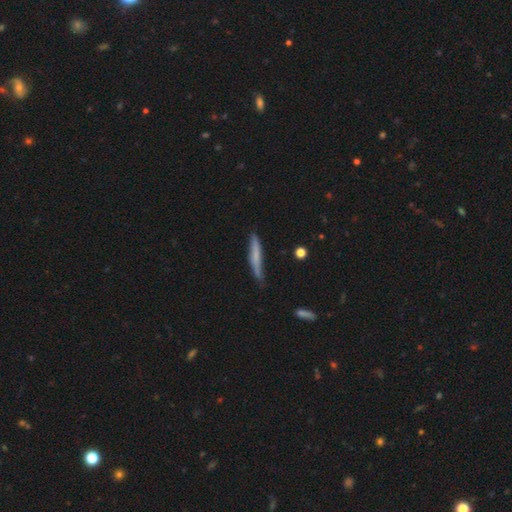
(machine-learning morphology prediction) Smooth or featured? smooth (61%)
How rounded? cigar-shaped (93%)
Merging? none (68%)